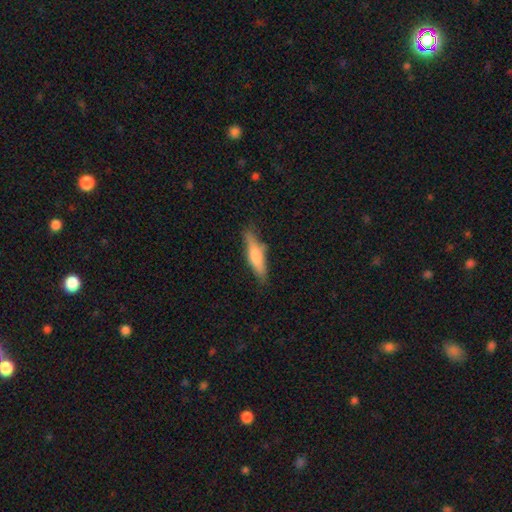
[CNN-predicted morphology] Smooth or featured? Predicted: smooth (p=0.58). How rounded? Predicted: cigar-shaped (p=0.76). Merging? Predicted: none (p=0.80).